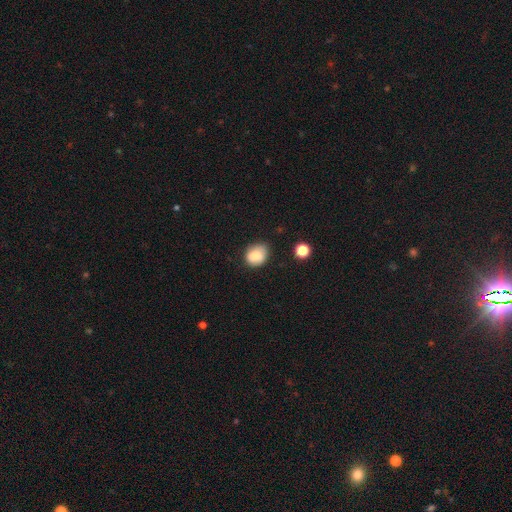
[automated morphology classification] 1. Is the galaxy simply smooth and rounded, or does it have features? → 82% smooth, 9% star or artifact, 9% featured or disk.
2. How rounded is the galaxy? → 58% round, 41% in between, 1% cigar-shaped.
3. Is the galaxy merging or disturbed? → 66% none, 27% minor disturbance, 5% major disturbance, 3% merger.